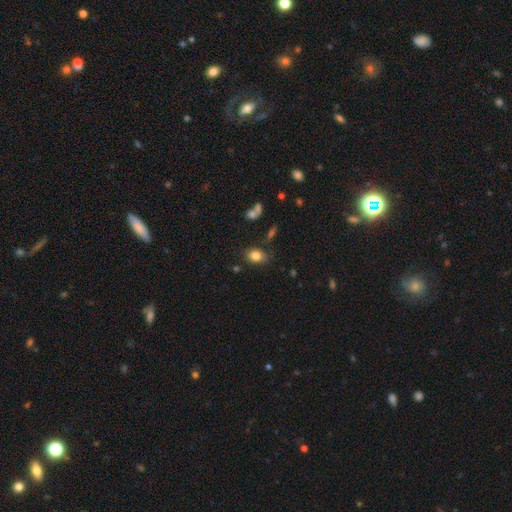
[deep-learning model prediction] This is clearly a smooth galaxy (82%). How rounded: likely in between (72%). Merging: likely none (76%).